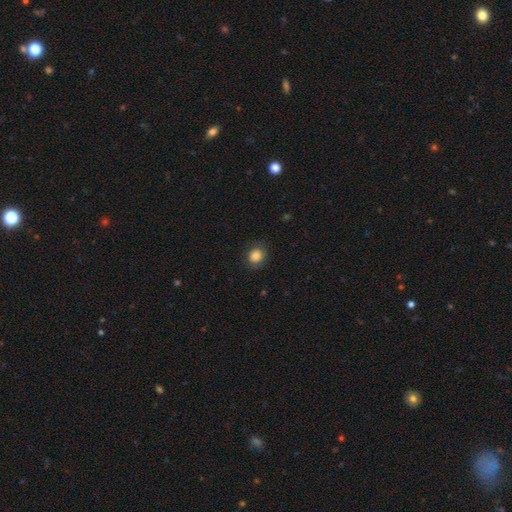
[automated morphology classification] This is clearly a smooth galaxy (85%). How rounded: likely round (75%). Merging: clearly none (81%).